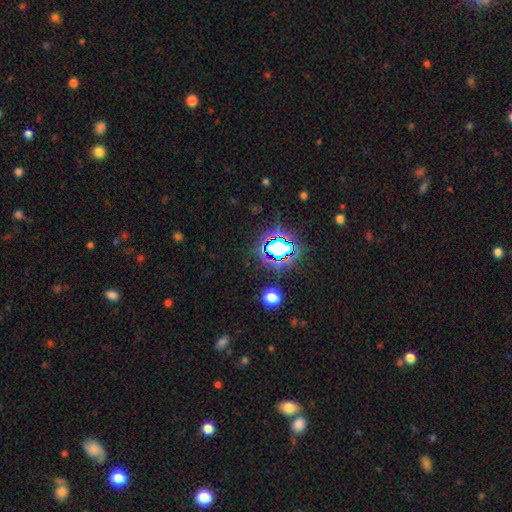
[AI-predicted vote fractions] This is likely a star or artifact rather than a galaxy (79%).